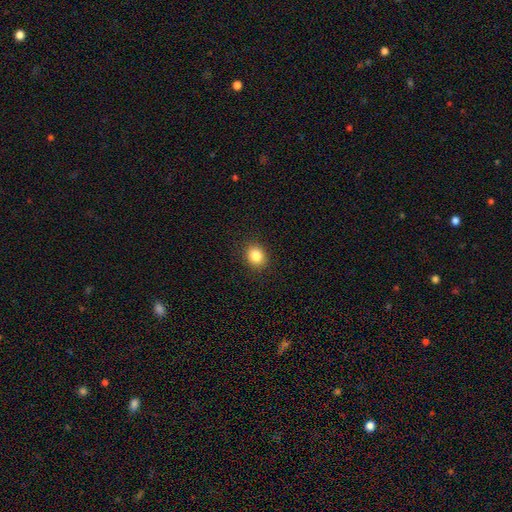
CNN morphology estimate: Smooth or featured? smooth (85%)
How rounded? round (64%)
Merging? none (90%)